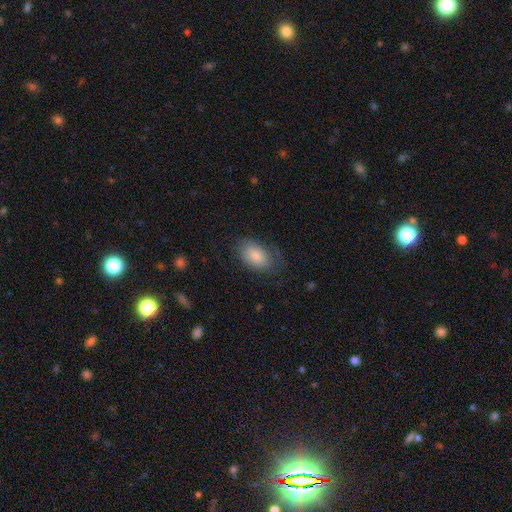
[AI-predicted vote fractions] A smooth galaxy with no disk features (79%) that is in between round and cigar-shaped (90%). Merging: none (65%).